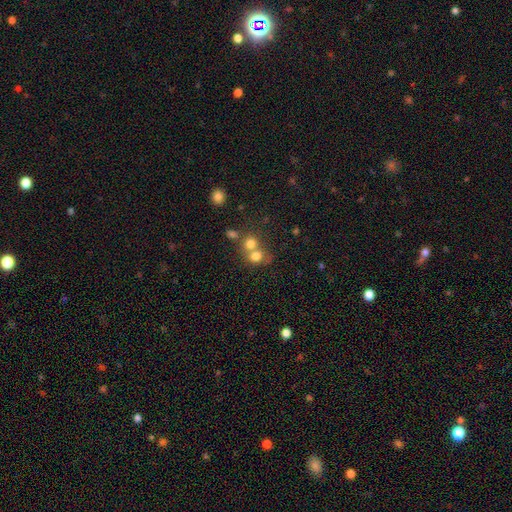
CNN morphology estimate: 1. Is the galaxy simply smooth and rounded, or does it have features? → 74% smooth, 13% star or artifact, 13% featured or disk.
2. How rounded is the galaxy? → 75% round, 24% in between, 1% cigar-shaped.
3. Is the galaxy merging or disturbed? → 56% merger, 34% none, 6% minor disturbance, 4% major disturbance.